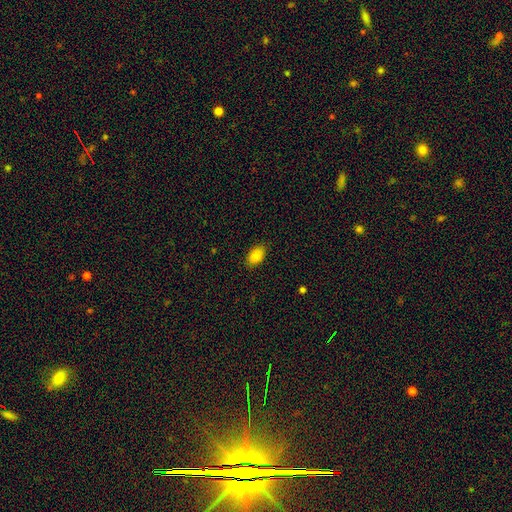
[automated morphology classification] smooth 84%, star or artifact 9%, featured or disk 7%. Down the decision tree: how rounded — in between (91%); merging — none (87%).